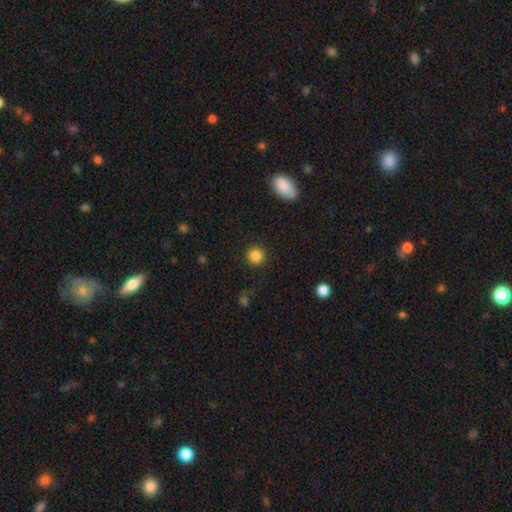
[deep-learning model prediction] smooth-or-featured: smooth: 86% | star or artifact: 10% | featured or disk: 4%
  how-rounded: round: 93% | in between: 6% | cigar-shaped: 1%
  merging: none: 90% | minor disturbance: 6% | major disturbance: 2% | merger: 1%